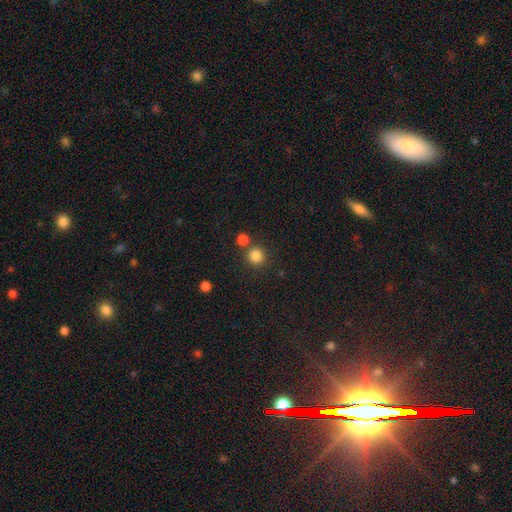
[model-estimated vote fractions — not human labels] The model was most divided on "merging": none: 77%, merger: 14%, minor disturbance: 7%, major disturbance: 3%. More confident: how rounded — round (93%); smooth or featured — smooth (84%).